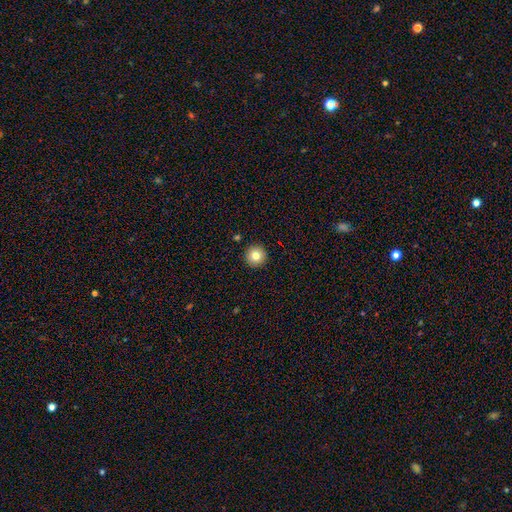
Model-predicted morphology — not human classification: A smooth galaxy with no disk features (80%) that is round (96%). Merging: none (92%).